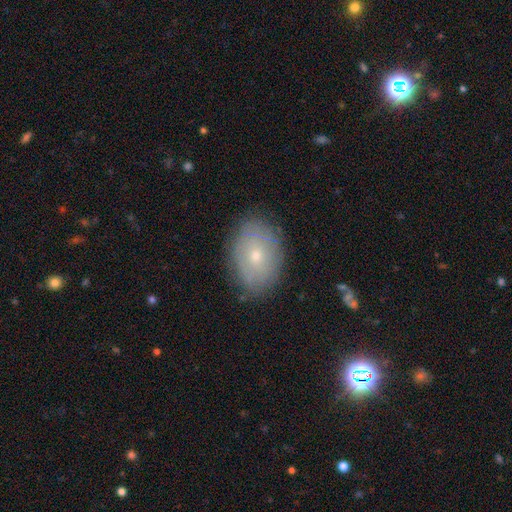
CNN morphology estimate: Overall: smooth (57%; featured or disk 34%). How rounded: in between (83%). Merging: none (83%).